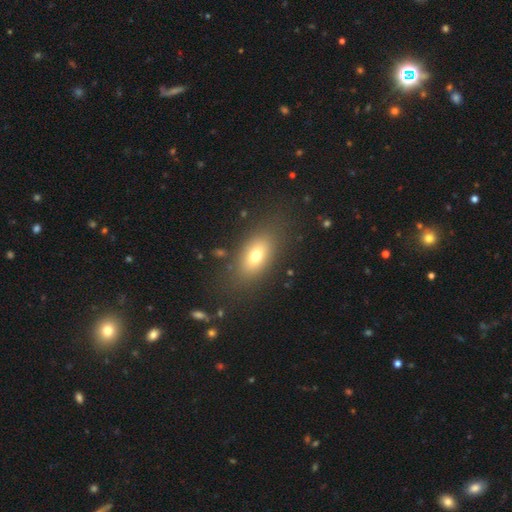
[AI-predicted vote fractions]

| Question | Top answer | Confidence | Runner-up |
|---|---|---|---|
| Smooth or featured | smooth | 71% | featured or disk (18%) |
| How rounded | in between | 82% | round (12%) |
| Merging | none | 81% | minor disturbance (11%) |